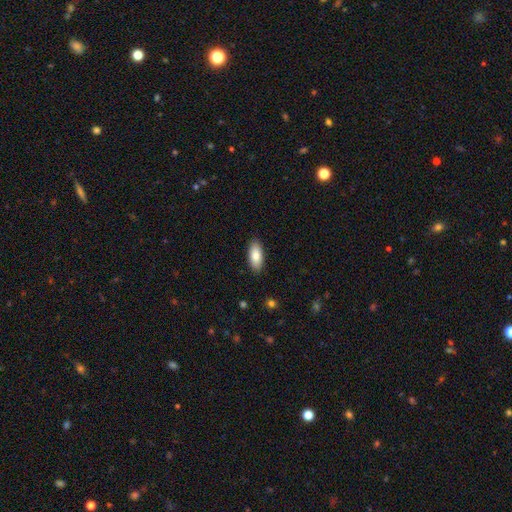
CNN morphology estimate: Smooth or featured?
  - smooth: 84% *
  - featured or disk: 10%
  - star or artifact: 6%
How rounded?
  - in between: 86% *
  - cigar-shaped: 12%
  - round: 2%
Merging?
  - none: 89% *
  - minor disturbance: 8%
  - major disturbance: 2%
  - merger: 1%